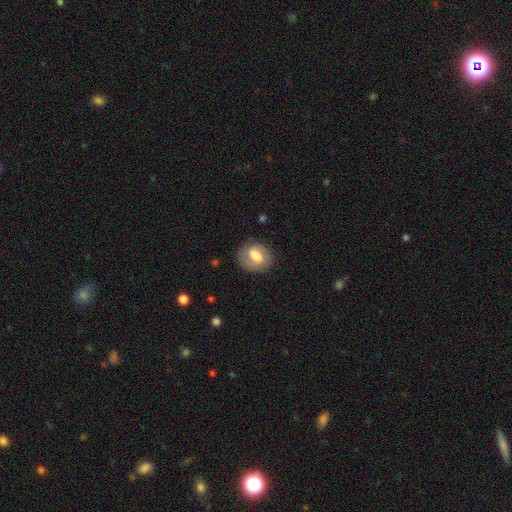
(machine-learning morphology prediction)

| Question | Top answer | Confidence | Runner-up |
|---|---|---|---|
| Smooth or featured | smooth | 63% | featured or disk (30%) |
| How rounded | in between | 50% | round (49%) |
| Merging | none | 77% | minor disturbance (16%) |